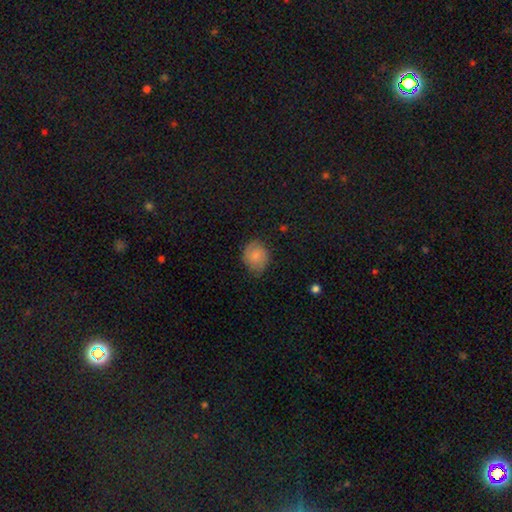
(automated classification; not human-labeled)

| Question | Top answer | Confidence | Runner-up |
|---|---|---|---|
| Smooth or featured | smooth | 77% | featured or disk (15%) |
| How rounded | round | 69% | in between (30%) |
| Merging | none | 71% | minor disturbance (23%) |